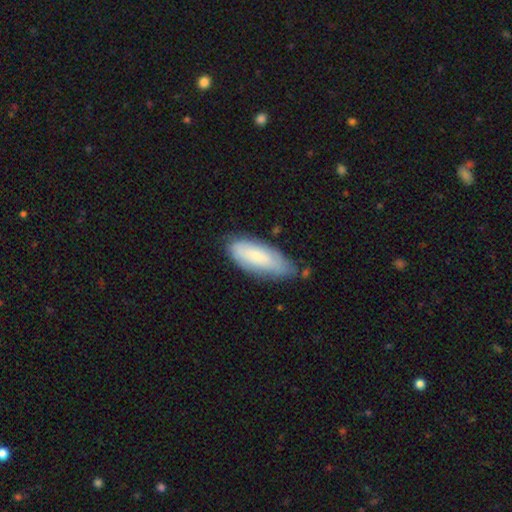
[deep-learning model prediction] Q: Smooth or featured?
A: smooth (72%); runner-up: featured or disk (21%)
Q: How rounded?
A: in between (74%); runner-up: cigar-shaped (25%)
Q: Merging?
A: none (59%); runner-up: minor disturbance (32%)